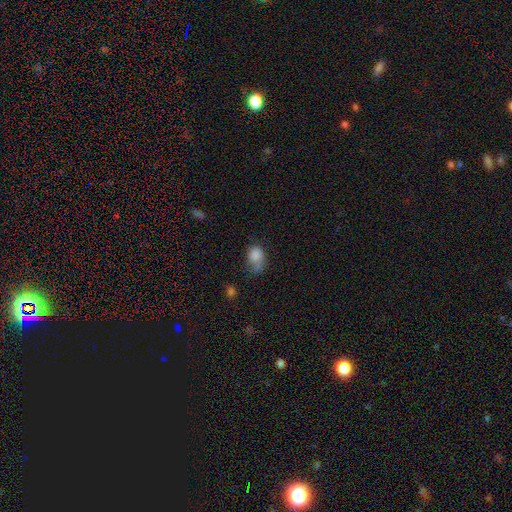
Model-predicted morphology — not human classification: Smooth or featured? smooth (82%)
How rounded? in between (57%)
Merging? none (34%)